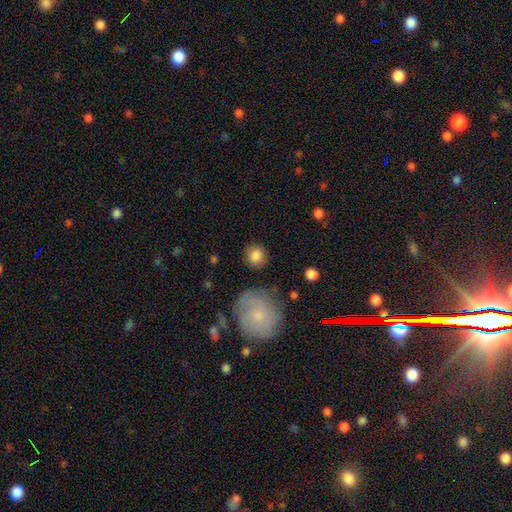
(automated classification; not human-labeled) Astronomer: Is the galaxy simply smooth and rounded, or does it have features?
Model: smooth — 85%.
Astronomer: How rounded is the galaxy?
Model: round — 89%.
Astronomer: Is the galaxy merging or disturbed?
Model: none — 86%.